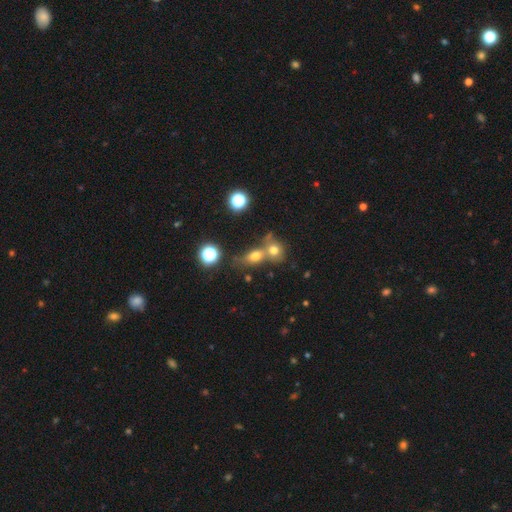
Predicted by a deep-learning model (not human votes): smooth_or_featured: smooth (p=0.66) [alt: star or artifact p=0.18]
how_rounded: in between (p=0.56) [alt: round p=0.38]
merging: merger (p=0.52) [alt: none p=0.35]